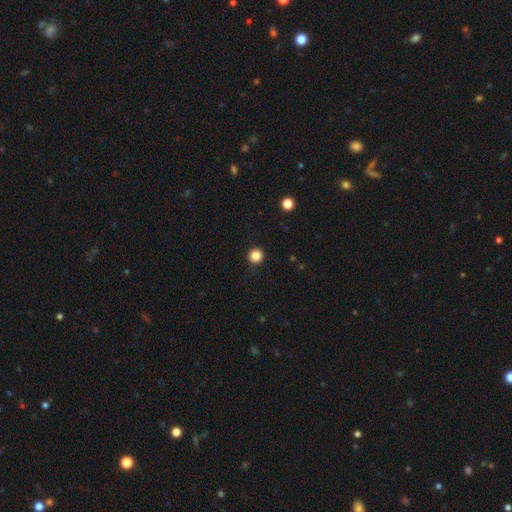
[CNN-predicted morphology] Smooth or featured? smooth (85%)
How rounded? round (96%)
Merging? none (92%)